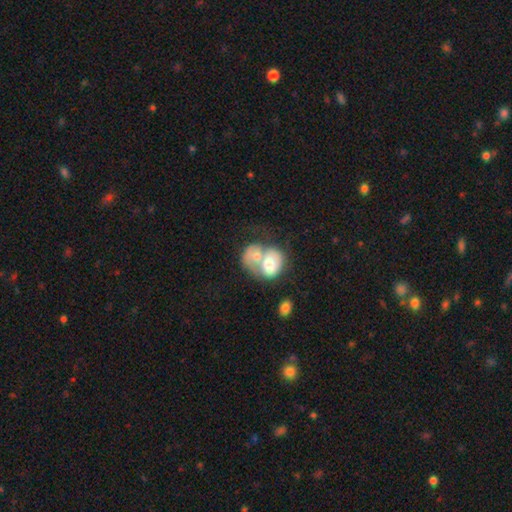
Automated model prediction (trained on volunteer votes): smooth_or_featured: smooth (p=0.51) [alt: featured or disk p=0.42]
how_rounded: in between (p=0.51) [alt: round p=0.48]
merging: merger (p=0.76) [alt: none p=0.11]